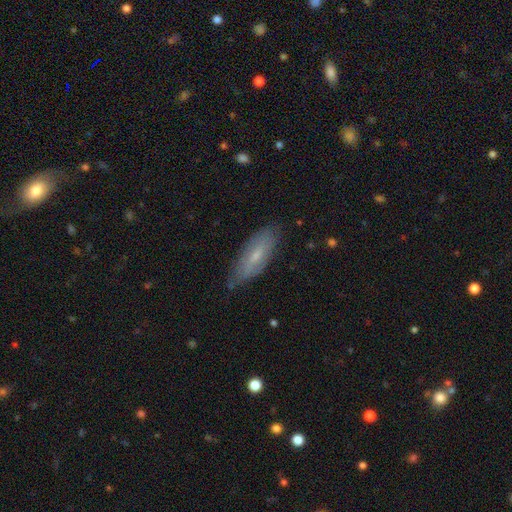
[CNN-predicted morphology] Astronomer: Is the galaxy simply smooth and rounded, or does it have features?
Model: smooth — 50% (runner-up: featured or disk, 43%).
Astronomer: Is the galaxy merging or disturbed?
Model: none — 76%.